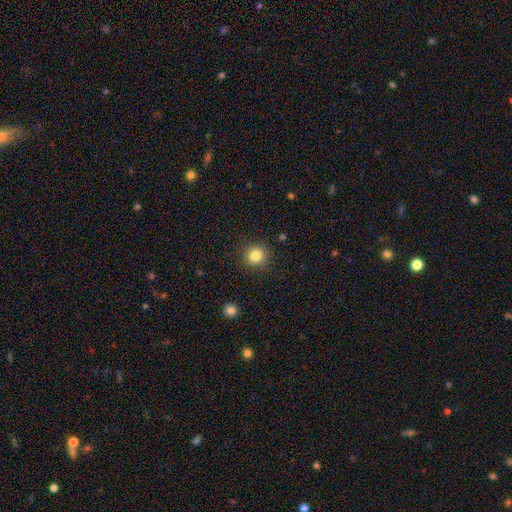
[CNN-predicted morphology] A smooth galaxy with no disk features (83%) that is round (91%).

Vote fractions:
- Smooth or featured? smooth: 83% / star or artifact: 12% / featured or disk: 6%
- How rounded? round: 91% / in between: 8% / cigar-shaped: 1%
- Merging? none: 90% / minor disturbance: 6% / major disturbance: 2% / merger: 1%